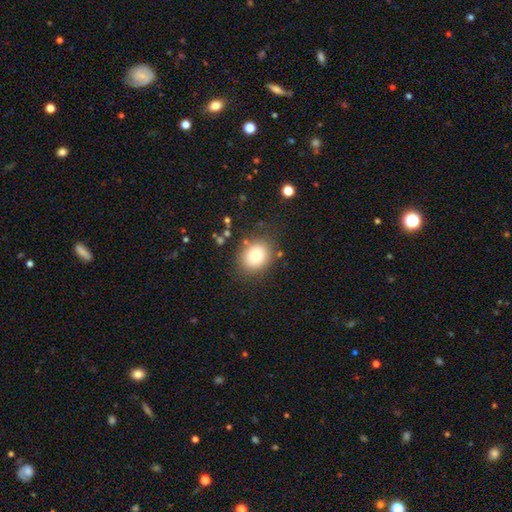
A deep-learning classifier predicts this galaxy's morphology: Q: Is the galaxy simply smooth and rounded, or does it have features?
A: smooth — 80%.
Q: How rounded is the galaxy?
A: round — 60%.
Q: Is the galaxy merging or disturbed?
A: none — 83%.